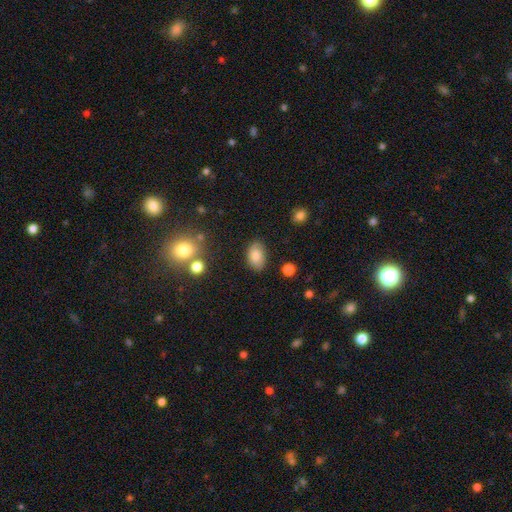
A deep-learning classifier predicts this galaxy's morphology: The model was most divided on "merging": none: 80%, minor disturbance: 15%, major disturbance: 3%, merger: 2%. More confident: how rounded — in between (89%); smooth or featured — smooth (80%).